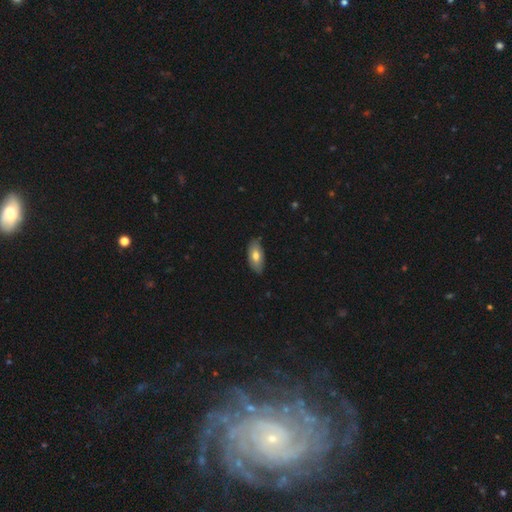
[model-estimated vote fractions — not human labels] Morphology: type=smooth (72%); roundness=in between (91%); merging=none (79%).